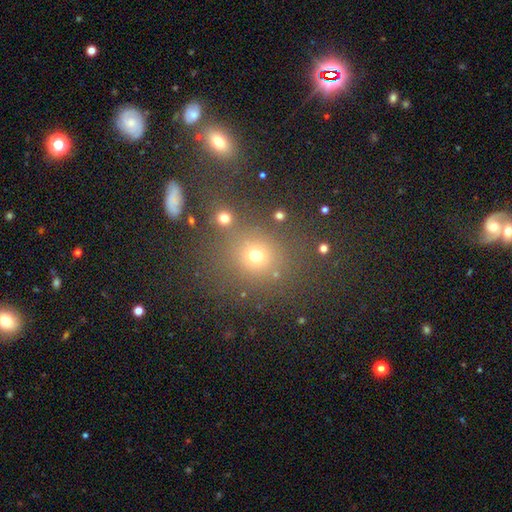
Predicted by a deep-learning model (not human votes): smooth-or-featured: smooth: 66% | star or artifact: 25% | featured or disk: 9%
  how-rounded: round: 83% | in between: 16% | cigar-shaped: 1%
  merging: none: 73% | merger: 11% | minor disturbance: 10% | major disturbance: 6%